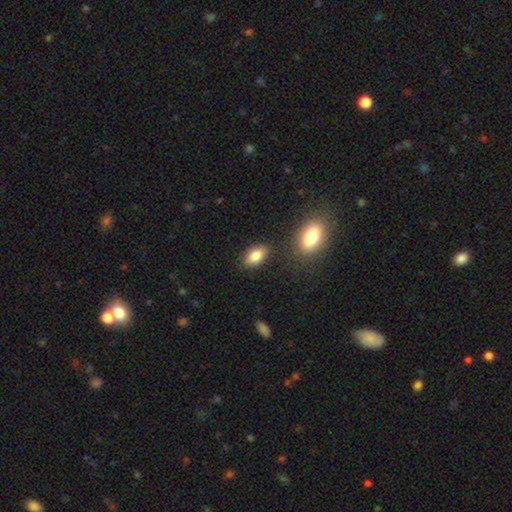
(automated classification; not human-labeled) Overall: smooth (84%). How rounded: in between (92%). Merging: none (83%).